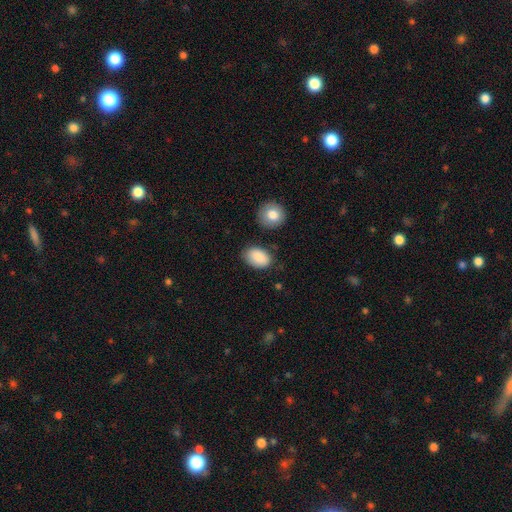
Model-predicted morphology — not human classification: Smooth or featured? smooth (87%)
How rounded? in between (88%)
Merging? none (74%)